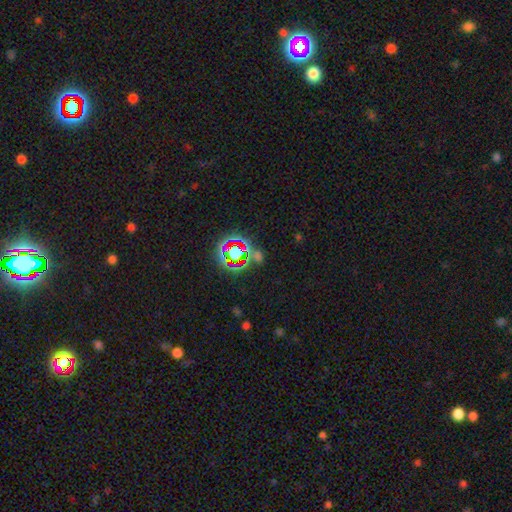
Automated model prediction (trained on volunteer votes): star or artifact 70%, smooth 18%, featured or disk 12%.